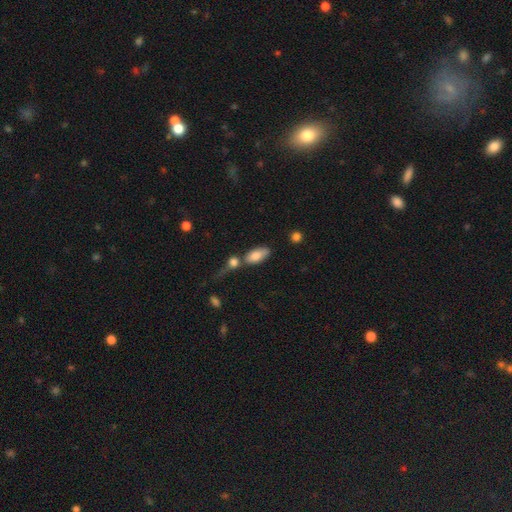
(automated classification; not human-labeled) This appears to be a smooth galaxy with no disk features (80%) that is in between round and cigar-shaped (86%). Merging: none (44%).